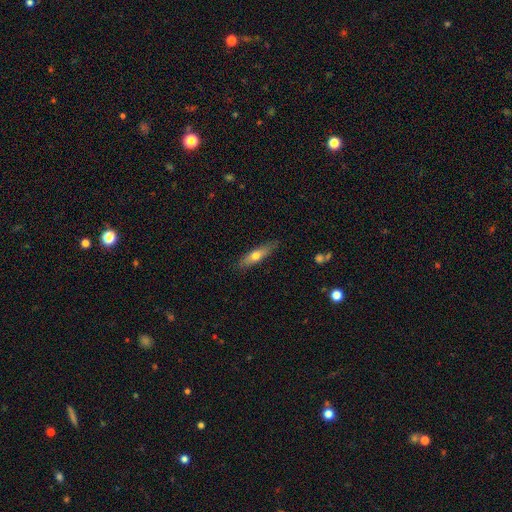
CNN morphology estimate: Smooth or featured: smooth — 59% (featured or disk — 34%)
How rounded: cigar-shaped — 67% (in between — 30%)
Merging: none — 82% (minor disturbance — 14%)